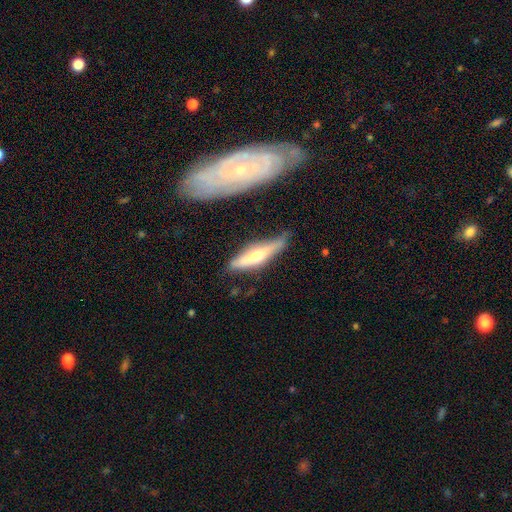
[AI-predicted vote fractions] Overall: featured or disk (52%; smooth 42%). Edge-on disk: yes (89%). Merging: none (70%).